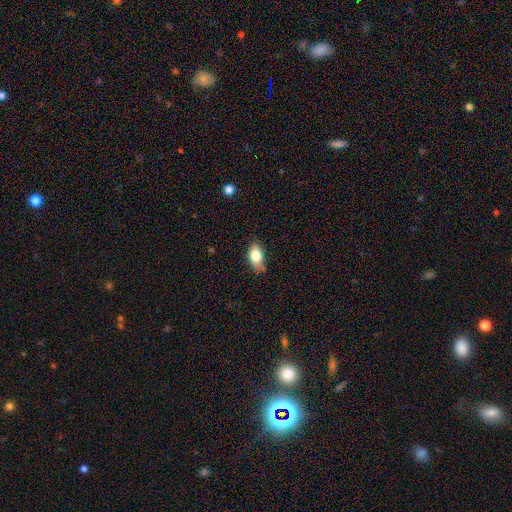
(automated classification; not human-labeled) smooth 80%, featured or disk 12%, star or artifact 8%. Down the decision tree: how rounded — in between (89%); merging — none (69%).